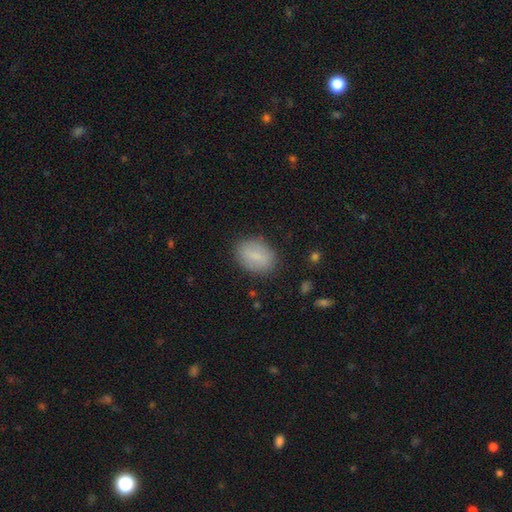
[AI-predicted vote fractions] Q: Smooth or featured?
A: smooth (75%); runner-up: featured or disk (17%)
Q: How rounded?
A: in between (80%); runner-up: round (19%)
Q: Merging?
A: none (85%); runner-up: minor disturbance (11%)